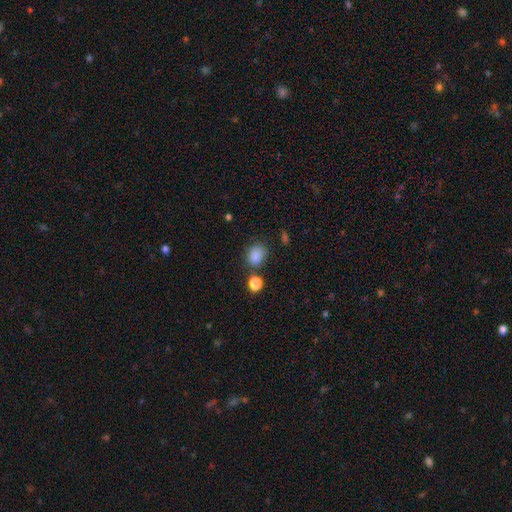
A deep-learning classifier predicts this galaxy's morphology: type=smooth (85%); roundness=round (56%); merging=none (70%).